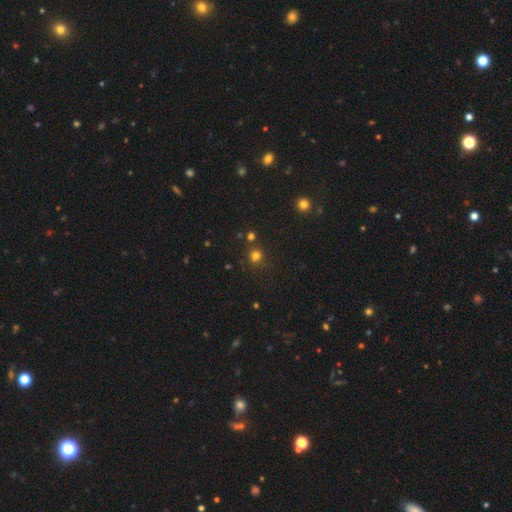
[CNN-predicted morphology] This is likely a smooth galaxy (72%). How rounded: clearly round (87%). Merging: likely none (77%).